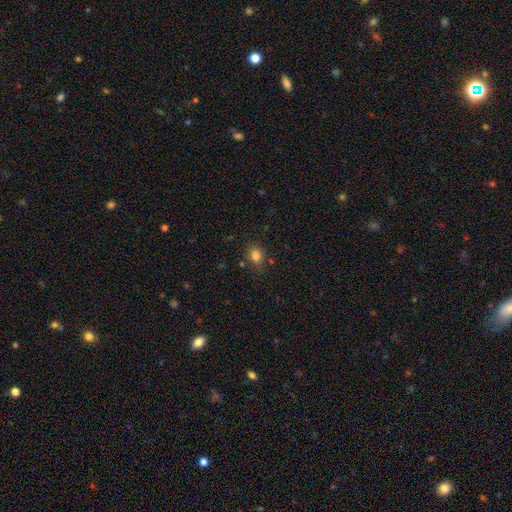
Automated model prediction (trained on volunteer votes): Smooth or featured? Predicted: smooth (p=0.81). How rounded? Predicted: in between (p=0.58). Merging? Predicted: none (p=0.77).